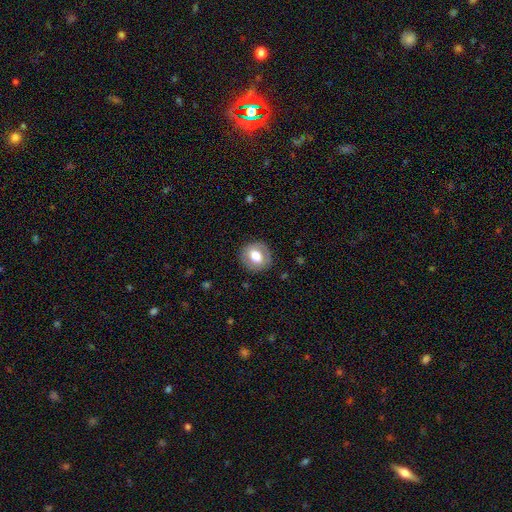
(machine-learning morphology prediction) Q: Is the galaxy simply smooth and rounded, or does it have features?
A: smooth — 67%.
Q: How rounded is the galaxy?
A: round — 81%.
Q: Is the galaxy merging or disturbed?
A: none — 86%.